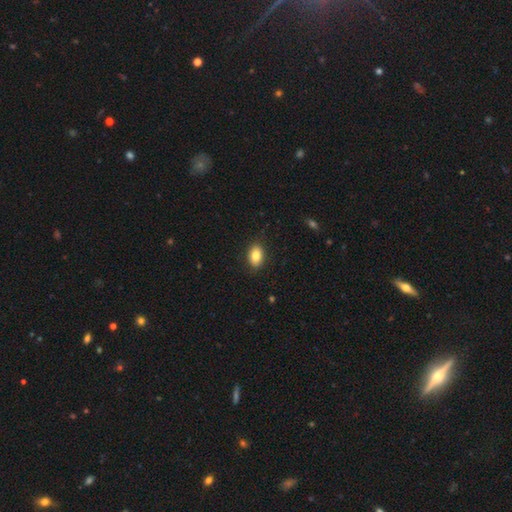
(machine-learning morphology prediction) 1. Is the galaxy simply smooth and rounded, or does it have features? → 84% smooth, 8% featured or disk, 8% star or artifact.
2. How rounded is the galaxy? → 86% in between, 12% round, 1% cigar-shaped.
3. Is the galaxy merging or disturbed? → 86% none, 10% minor disturbance, 2% major disturbance, 1% merger.